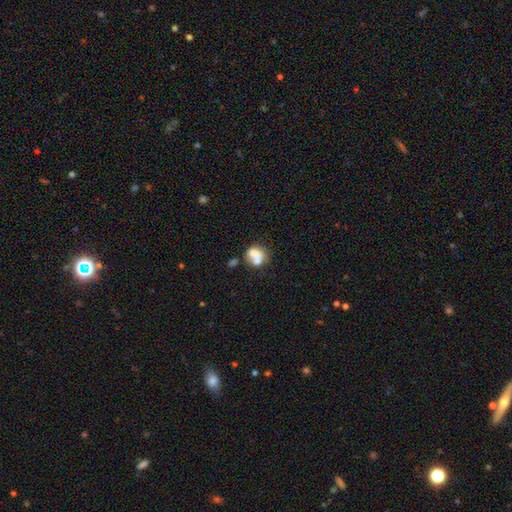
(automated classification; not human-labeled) Q: Smooth or featured?
A: smooth (65%); runner-up: featured or disk (25%)
Q: How rounded?
A: round (60%); runner-up: in between (39%)
Q: Merging?
A: merger (46%); runner-up: none (30%)